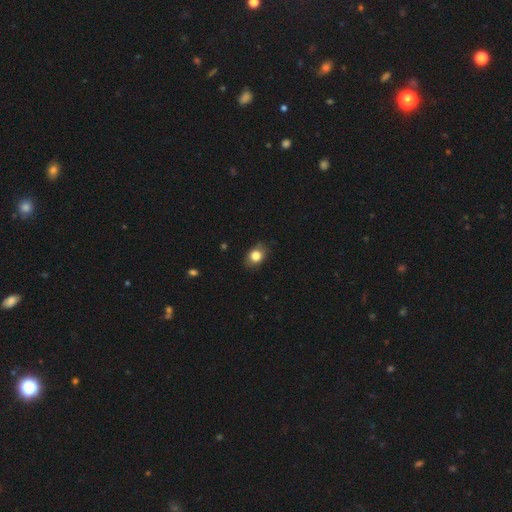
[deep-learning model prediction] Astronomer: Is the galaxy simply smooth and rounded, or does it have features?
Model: smooth — 82%.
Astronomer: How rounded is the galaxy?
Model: in between — 51% (runner-up: round, 48%).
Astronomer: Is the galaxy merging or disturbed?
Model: none — 79%.